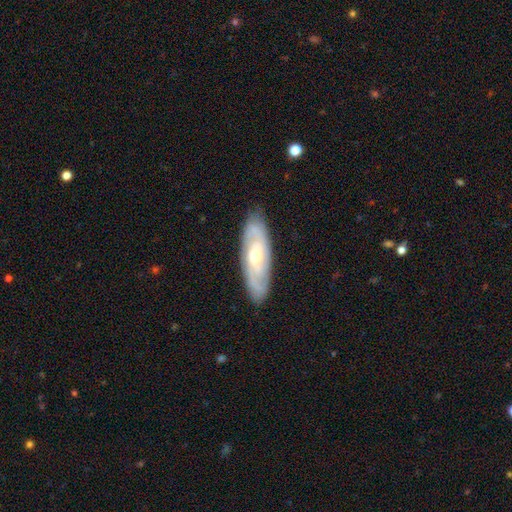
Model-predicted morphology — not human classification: The model was most divided on "spiral arm count": 2: 43%, can't tell: 37%, 3: 10%, 4: 4%, 1: 3%, more than 4: 3%. More confident: spiral arms — yes (87%); merging — none (85%); edge-on disk — no (81%); smooth or featured — featured or disk (72%); bar — no (63%); bulge size — moderate (56%); spiral winding — tight (55%).